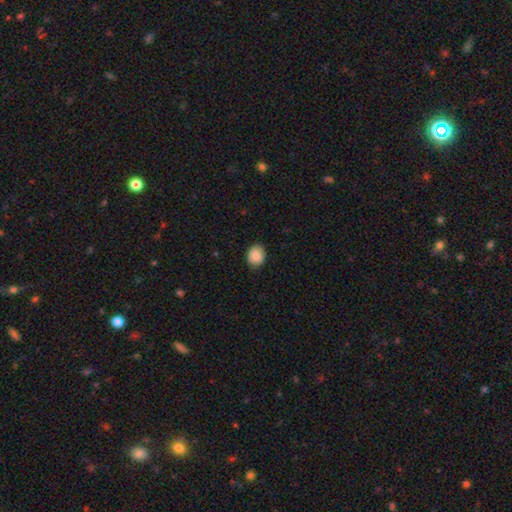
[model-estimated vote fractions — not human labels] Smooth or featured? Predicted: smooth (p=0.88). How rounded? Predicted: round (p=0.51). Merging? Predicted: none (p=0.86).